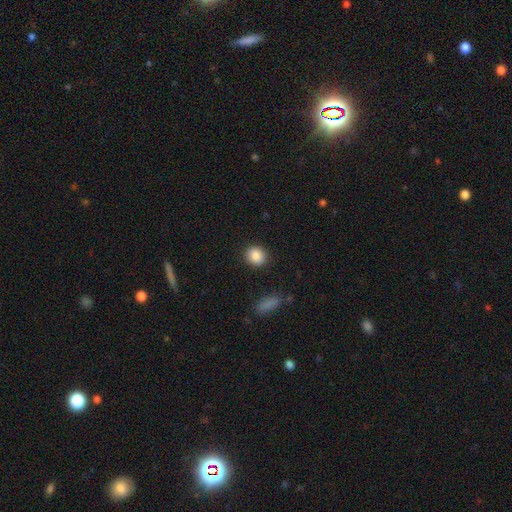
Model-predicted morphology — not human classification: A smooth galaxy with no disk features (86%) that is round (79%). Merging: none (89%).